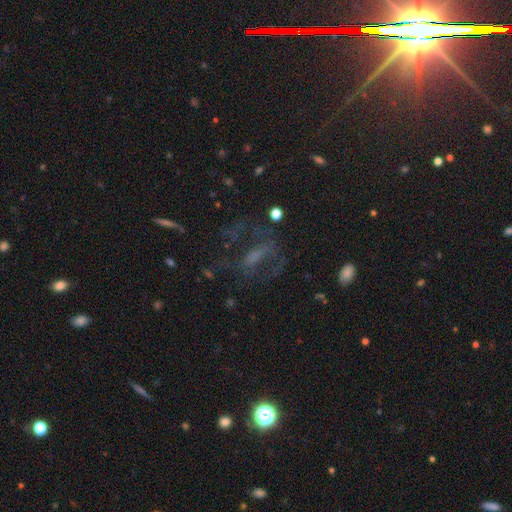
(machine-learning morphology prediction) This is possibly a featured or disk galaxy (48%). Merging: possibly none (53%).